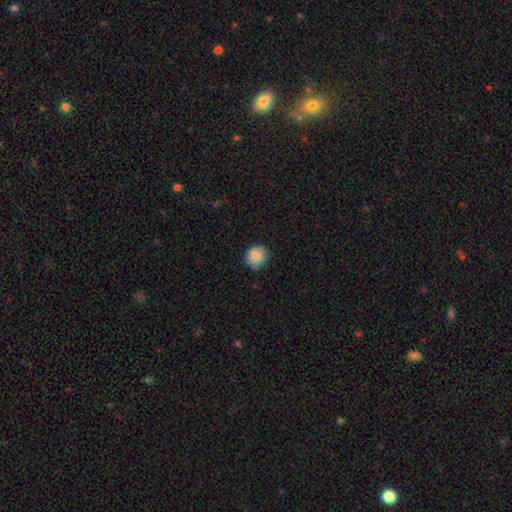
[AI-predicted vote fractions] This appears to be a smooth galaxy with no disk features (84%) that is round (81%). Merging: none (79%).